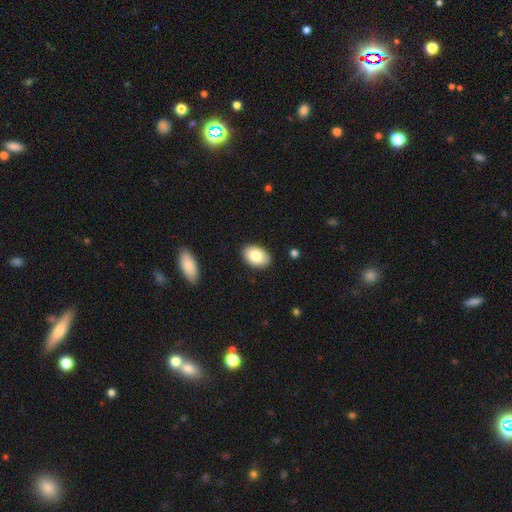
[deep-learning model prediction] smooth-or-featured: smooth: 84% | featured or disk: 10% | star or artifact: 7%
  how-rounded: in between: 89% | round: 10% | cigar-shaped: 1%
  merging: none: 88% | minor disturbance: 9% | major disturbance: 2% | merger: 2%